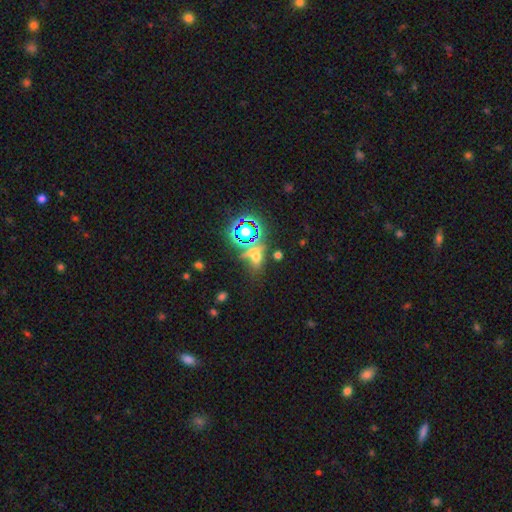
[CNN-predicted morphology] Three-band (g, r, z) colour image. It shows a star or artifact, not a galaxy (47%).